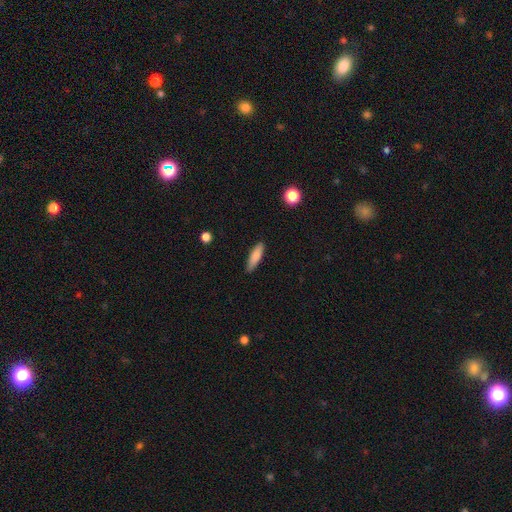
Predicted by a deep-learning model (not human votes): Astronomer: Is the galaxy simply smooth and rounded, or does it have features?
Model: smooth — 84%.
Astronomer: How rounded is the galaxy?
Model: cigar-shaped — 64%.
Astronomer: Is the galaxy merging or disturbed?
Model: none — 87%.